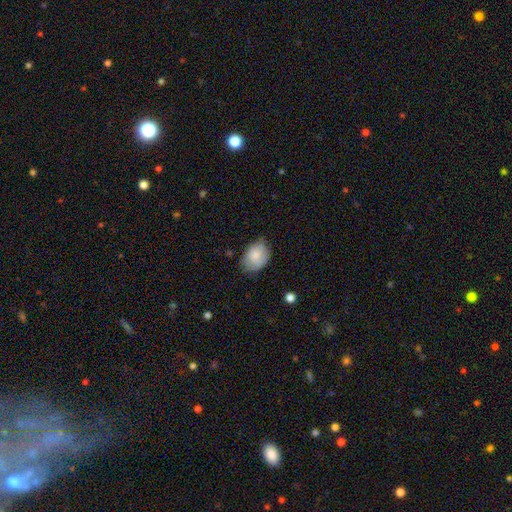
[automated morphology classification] This is clearly a smooth galaxy (80%). How rounded: likely in between (71%). Merging: likely none (64%).